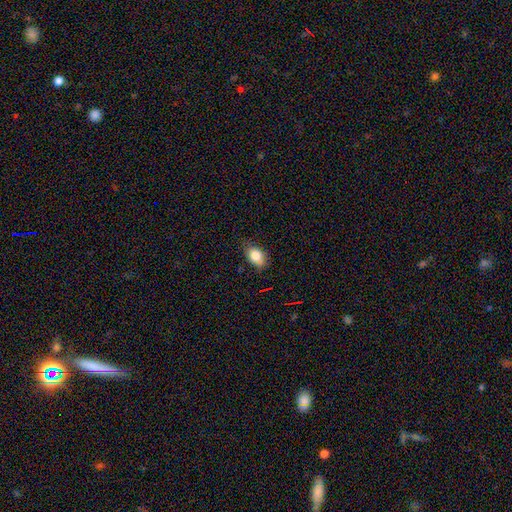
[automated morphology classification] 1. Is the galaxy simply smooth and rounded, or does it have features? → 83% smooth, 8% star or artifact, 8% featured or disk.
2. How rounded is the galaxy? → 82% in between, 16% round, 2% cigar-shaped.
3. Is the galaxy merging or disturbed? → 73% none, 22% minor disturbance, 4% major disturbance, 1% merger.